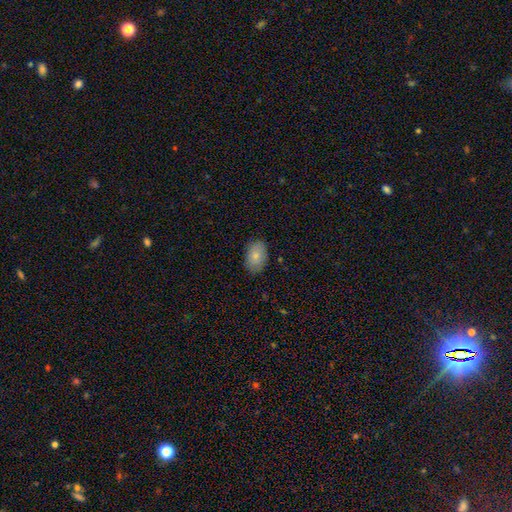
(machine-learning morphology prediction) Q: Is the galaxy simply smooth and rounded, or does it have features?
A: smooth — 83%.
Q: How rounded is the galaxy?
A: in between — 90%.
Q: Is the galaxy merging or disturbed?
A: none — 86%.